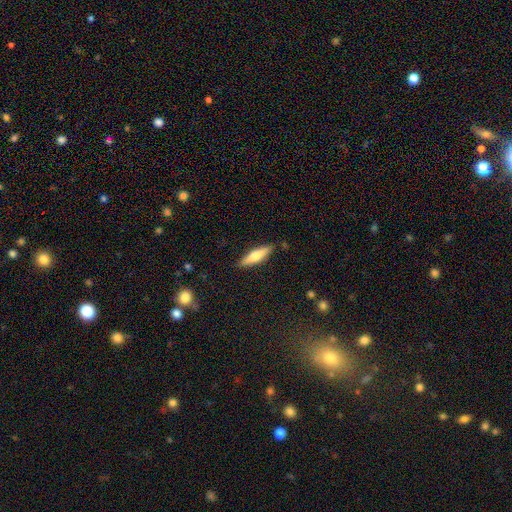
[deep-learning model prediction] Smooth or featured? smooth (65%)
How rounded? cigar-shaped (68%)
Merging? none (85%)